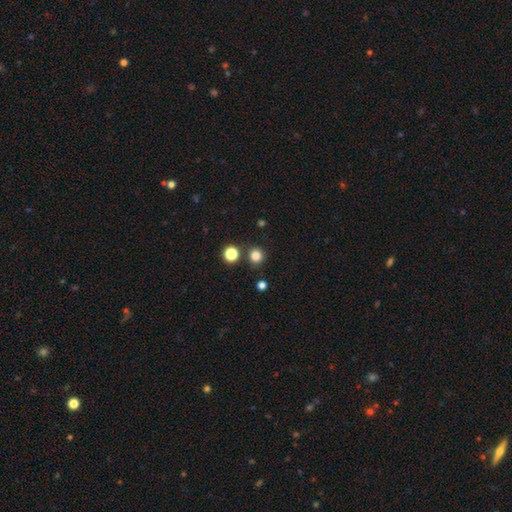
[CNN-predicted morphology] A smooth galaxy with no disk features (82%) that is round (93%).

Vote fractions:
- Smooth or featured? smooth: 82% / star or artifact: 15% / featured or disk: 4%
- How rounded? round: 93% / in between: 6% / cigar-shaped: 1%
- Merging? none: 85% / minor disturbance: 7% / merger: 6% / major disturbance: 2%